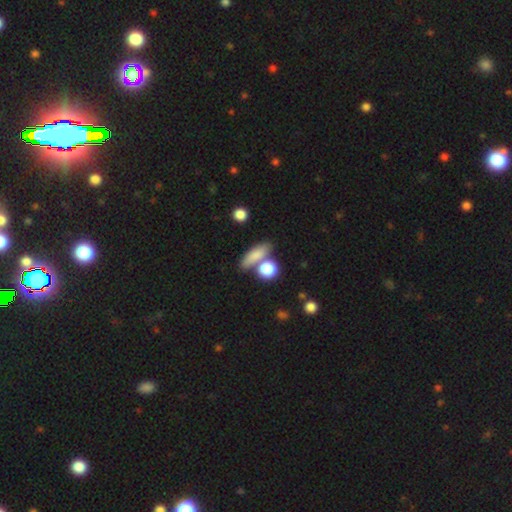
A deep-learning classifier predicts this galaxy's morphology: Q: Smooth or featured?
A: smooth (78%); runner-up: featured or disk (13%)
Q: How rounded?
A: in between (46%); runner-up: cigar-shaped (34%)
Q: Merging?
A: none (59%); runner-up: merger (22%)